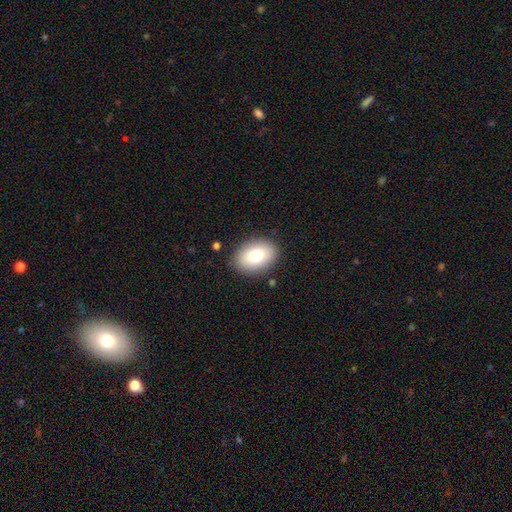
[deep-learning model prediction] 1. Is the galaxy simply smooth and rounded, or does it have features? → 78% smooth, 14% featured or disk, 8% star or artifact.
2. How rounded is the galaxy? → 80% in between, 19% round, 1% cigar-shaped.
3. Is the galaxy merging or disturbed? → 87% none, 9% minor disturbance, 3% major disturbance, 1% merger.